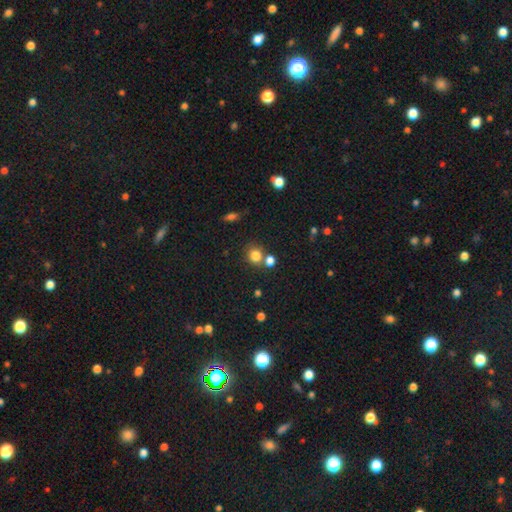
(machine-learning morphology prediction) type=smooth (80%); roundness=round (82%); merging=none (63%).